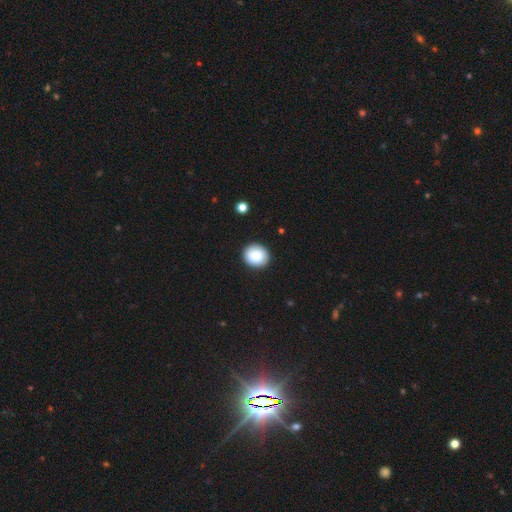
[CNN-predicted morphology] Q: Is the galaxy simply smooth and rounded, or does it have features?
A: smooth — 88%.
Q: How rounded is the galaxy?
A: round — 80%.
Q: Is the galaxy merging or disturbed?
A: none — 90%.